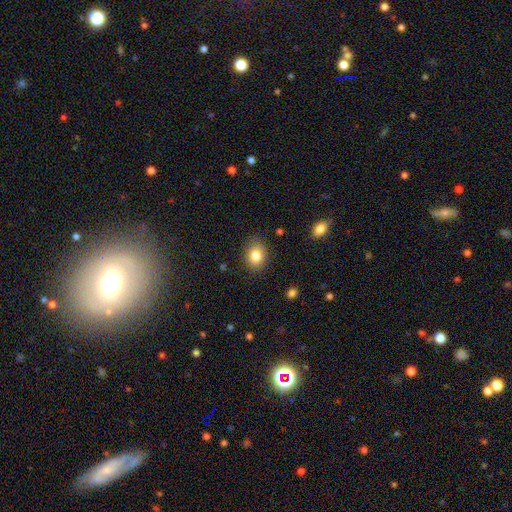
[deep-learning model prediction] Q: Smooth or featured?
A: smooth (84%); runner-up: star or artifact (9%)
Q: How rounded?
A: in between (55%); runner-up: round (44%)
Q: Merging?
A: none (84%); runner-up: minor disturbance (12%)